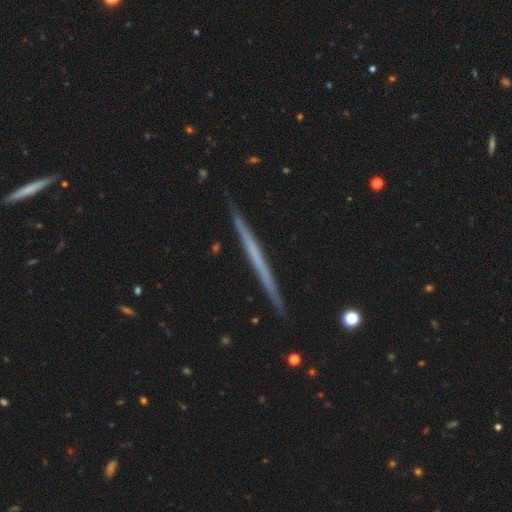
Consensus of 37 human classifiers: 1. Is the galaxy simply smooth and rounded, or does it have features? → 70% featured or disk, 27% smooth, 3% star or artifact.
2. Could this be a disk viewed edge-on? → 96% yes, 4% no.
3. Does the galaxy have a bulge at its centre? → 84% none, 8% boxy, 8% rounded.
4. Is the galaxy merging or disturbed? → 94% none, 6% minor disturbance, 0% major disturbance, 0% merger.